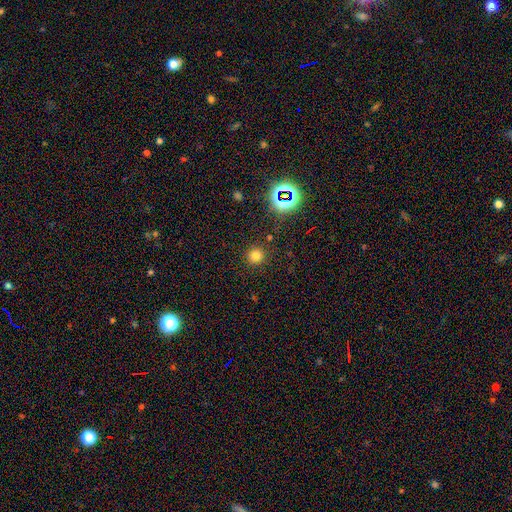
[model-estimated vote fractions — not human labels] Q: Smooth or featured?
A: smooth (73%); runner-up: star or artifact (21%)
Q: How rounded?
A: round (93%); runner-up: in between (6%)
Q: Merging?
A: none (88%); runner-up: minor disturbance (6%)